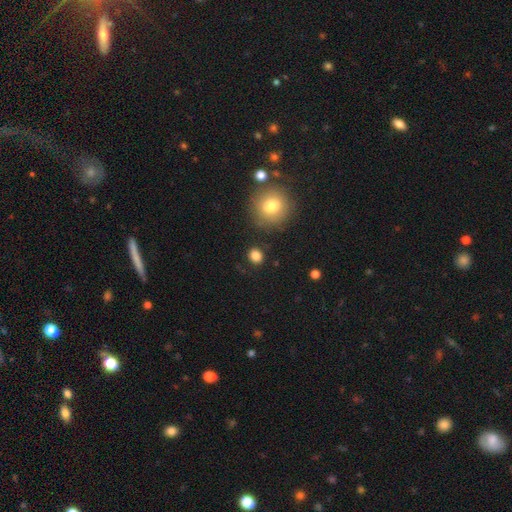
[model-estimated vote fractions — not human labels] The model was most divided on "how rounded": round: 73%, in between: 26%, cigar-shaped: 1%. More confident: merging — none (87%); smooth or featured — smooth (83%).